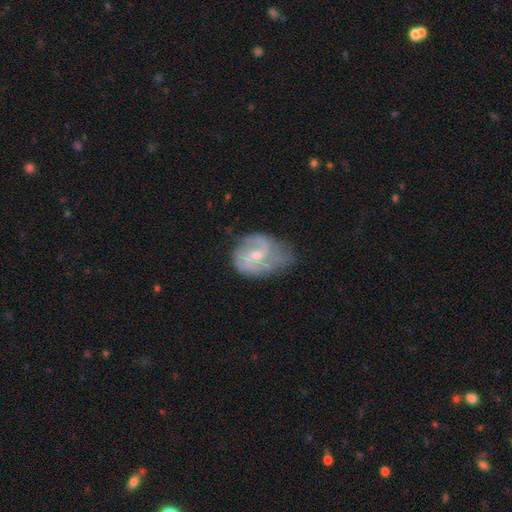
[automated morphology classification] type=featured or disk (84%); edge-on=no (98%); bar=weak (51%); spiral arms=yes (95%); winding=medium (49%); arm count=2 (69%); bulge=small (49%); merging=none (51%).